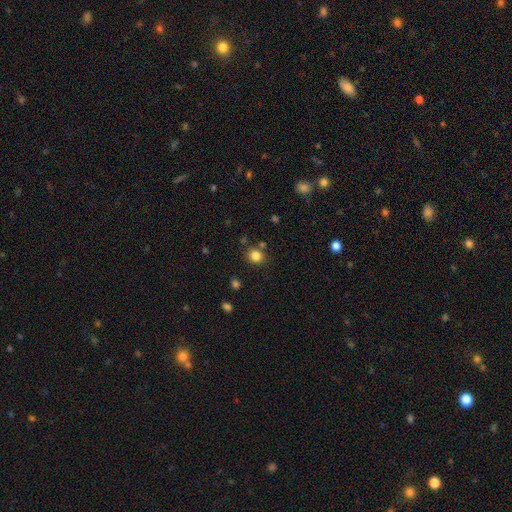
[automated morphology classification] A smooth galaxy with no disk features (83%) that is round (78%).

Vote fractions:
- Smooth or featured? smooth: 83% / star or artifact: 12% / featured or disk: 5%
- How rounded? round: 78% / in between: 21% / cigar-shaped: 1%
- Merging? none: 79% / minor disturbance: 10% / merger: 7% / major disturbance: 3%